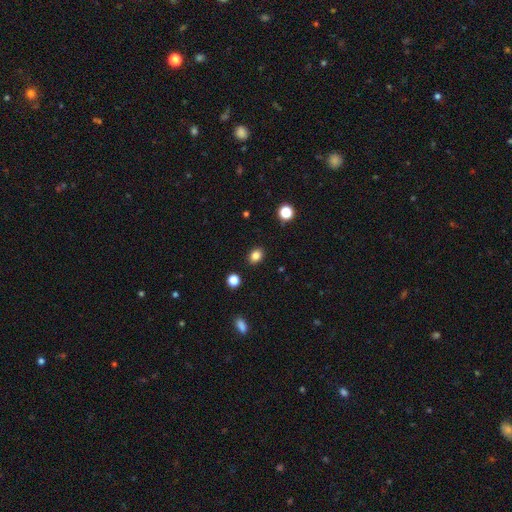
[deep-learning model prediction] This is clearly a smooth galaxy (84%). How rounded: possibly in between (59%). Merging: clearly none (88%).